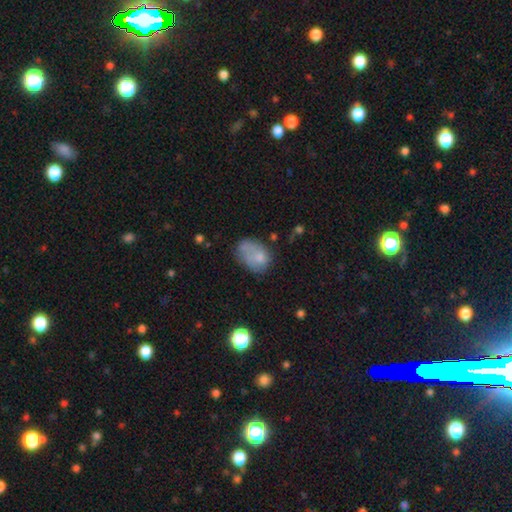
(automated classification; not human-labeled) A smooth galaxy with no disk features (68%) that is in between round and cigar-shaped (75%).

Vote fractions:
- Smooth or featured? smooth: 68% / featured or disk: 21% / star or artifact: 10%
- How rounded? in between: 75% / round: 24% / cigar-shaped: 1%
- Merging? none: 37% / minor disturbance: 28% / major disturbance: 20% / merger: 14%